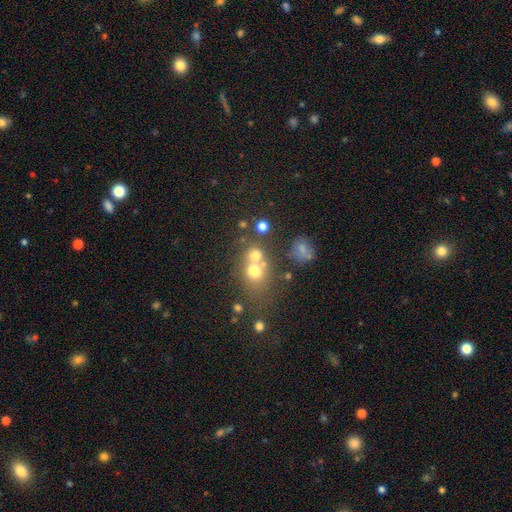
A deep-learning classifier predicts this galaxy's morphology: The model was most divided on "merging": merger: 46%, none: 40%, minor disturbance: 8%, major disturbance: 5%. More confident: how rounded — round (75%); smooth or featured — smooth (66%).